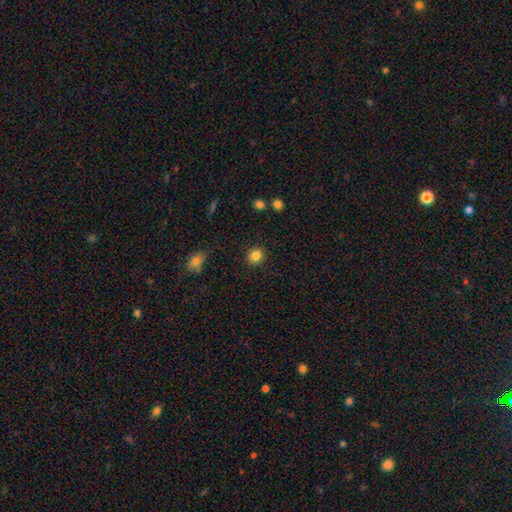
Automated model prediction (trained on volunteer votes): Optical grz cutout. It shows a smooth galaxy with no disk features (84%) that is round (80%). Merging: none (89%).